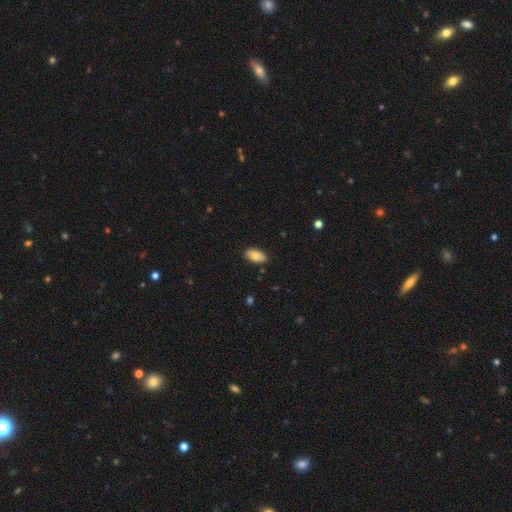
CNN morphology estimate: A smooth galaxy with no disk features (80%) that is in between round and cigar-shaped (94%). Merging: none (87%).